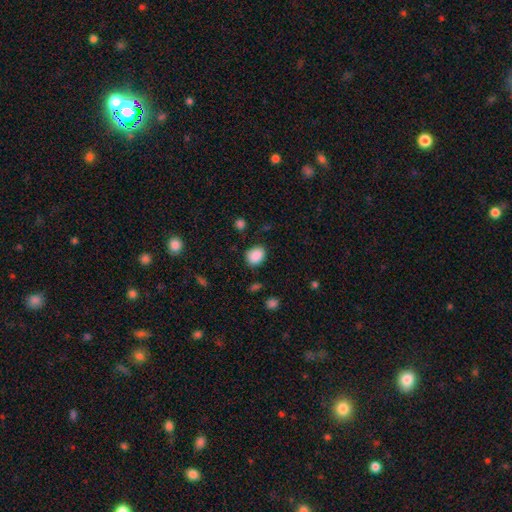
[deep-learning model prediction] This is clearly a smooth galaxy (88%). How rounded: possibly in between (54%). Merging: clearly none (82%).